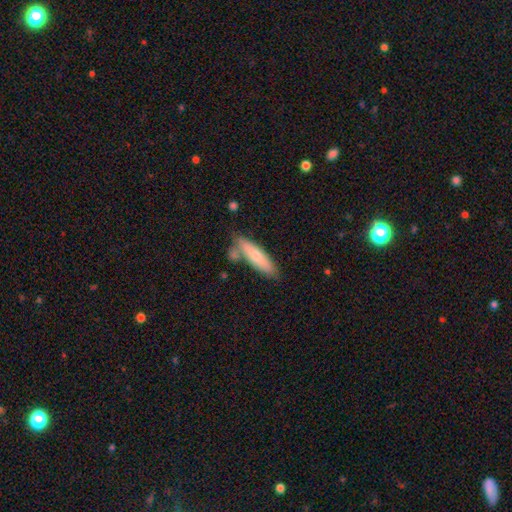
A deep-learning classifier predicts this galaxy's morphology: The model was most divided on "how rounded": cigar-shaped: 68%, in between: 30%, round: 2%. More confident: smooth or featured — smooth (69%); merging — none (68%).